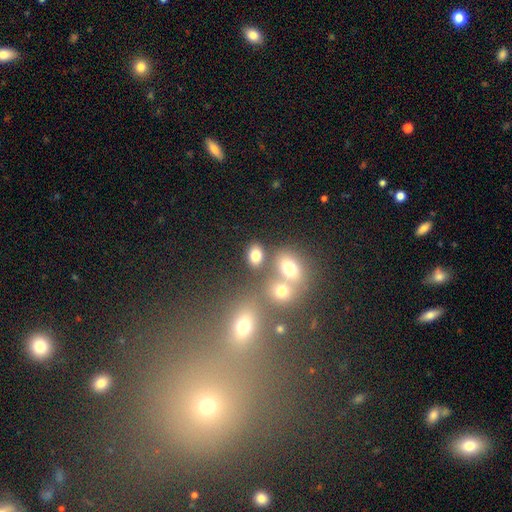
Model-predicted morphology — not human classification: smooth-or-featured: smooth: 76% | star or artifact: 14% | featured or disk: 10%
  how-rounded: in between: 67% | round: 31% | cigar-shaped: 2%
  merging: none: 69% | merger: 16% | minor disturbance: 10% | major disturbance: 5%